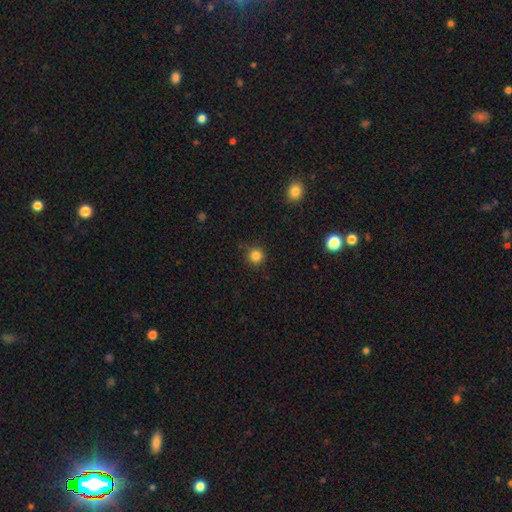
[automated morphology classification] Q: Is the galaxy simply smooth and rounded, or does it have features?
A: smooth — 83%.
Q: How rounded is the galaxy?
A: round — 95%.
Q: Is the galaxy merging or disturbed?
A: none — 89%.